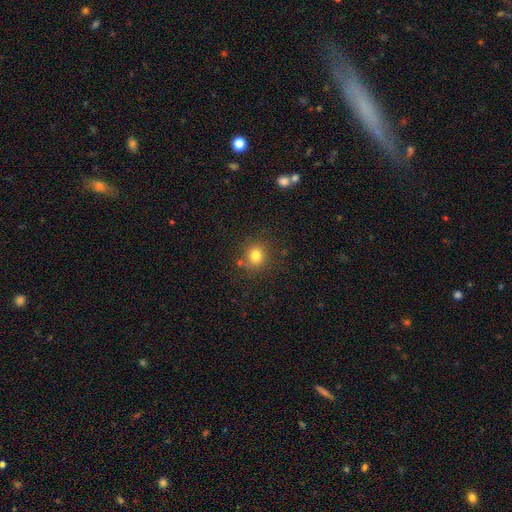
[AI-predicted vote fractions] Overall: smooth (79%). How rounded: round (86%). Merging: none (80%).